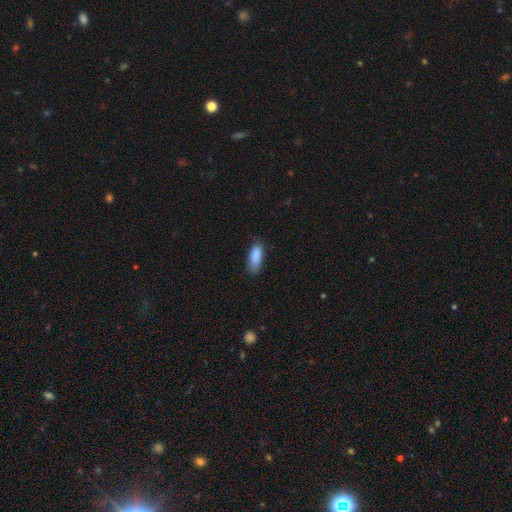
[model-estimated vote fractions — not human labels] The model was most divided on "merging": none: 64%, minor disturbance: 28%, major disturbance: 6%, merger: 2%. More confident: smooth or featured — smooth (87%); how rounded — in between (83%).